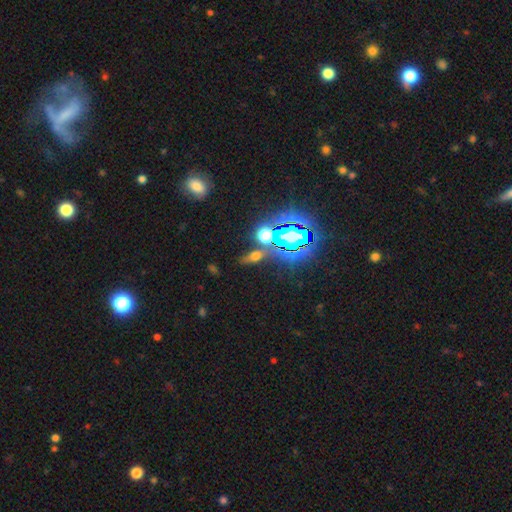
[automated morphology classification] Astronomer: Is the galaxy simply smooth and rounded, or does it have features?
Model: star or artifact — 41% (runner-up: smooth, 39%).